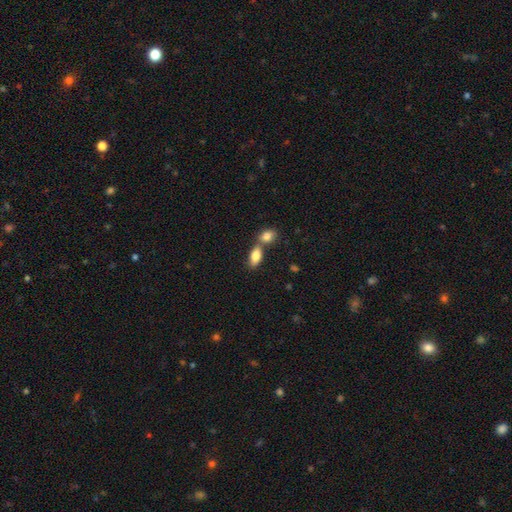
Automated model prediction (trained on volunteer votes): Overall: smooth (82%). How rounded: in between (85%). Merging: merger (45%; none 43%).